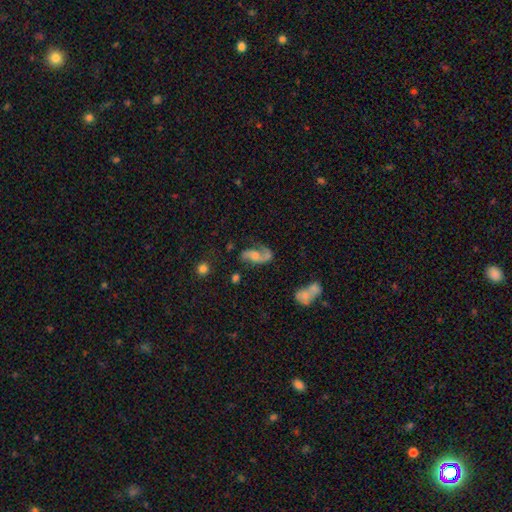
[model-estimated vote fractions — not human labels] Morphology: type=featured or disk (78%); edge-on=no (97%); bar=no (56%); spiral arms=yes (93%); winding=loose (56%); arm count=2 (80%); bulge=moderate (48%); merging=none (54%).